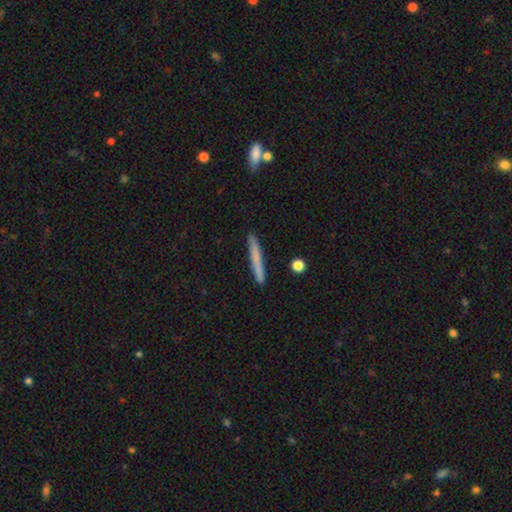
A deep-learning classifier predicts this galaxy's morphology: Smooth or featured: smooth — 68% (featured or disk — 26%)
How rounded: cigar-shaped — 96% (in between — 2%)
Merging: none — 90% (minor disturbance — 7%)